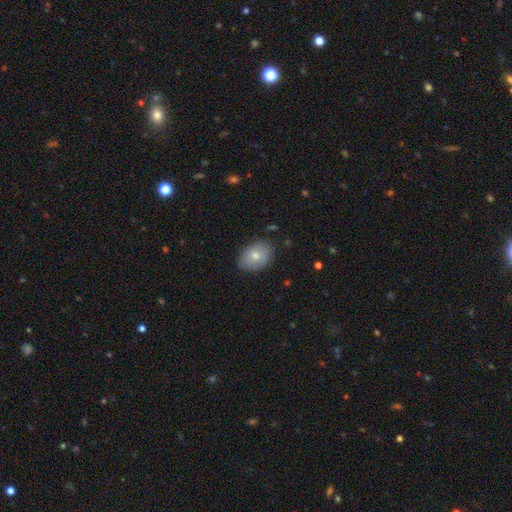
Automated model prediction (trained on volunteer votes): Morphology: type=smooth (77%); roundness=in between (80%); merging=none (82%).